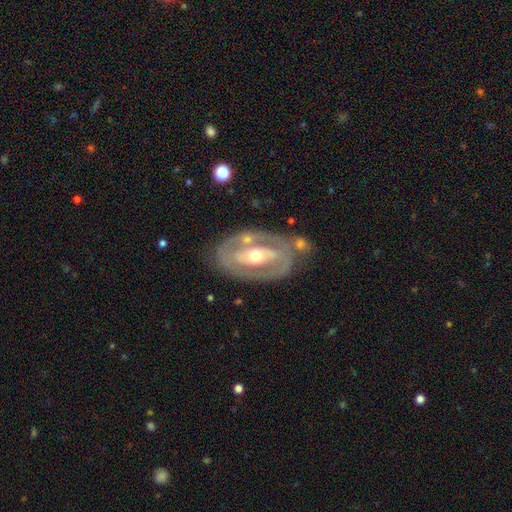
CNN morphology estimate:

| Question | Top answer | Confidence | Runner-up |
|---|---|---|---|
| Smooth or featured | featured or disk | 78% | smooth (17%) |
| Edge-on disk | no | 92% | yes (8%) |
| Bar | no | 40% | strong (35%) |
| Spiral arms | no | 54% | yes (46%) |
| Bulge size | moderate | 66% | small (26%) |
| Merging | none | 69% | minor disturbance (16%) |